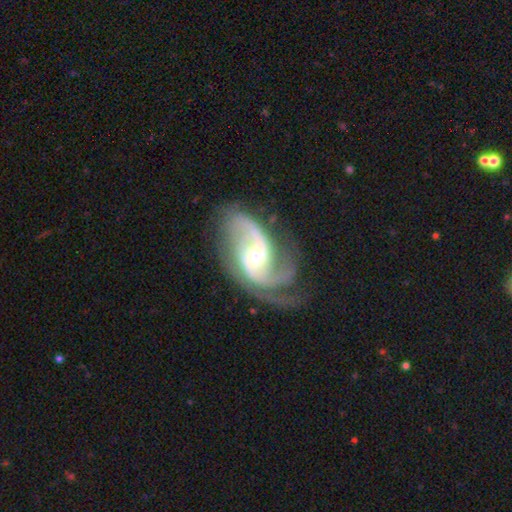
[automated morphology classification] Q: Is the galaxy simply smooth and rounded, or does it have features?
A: featured or disk — 91%.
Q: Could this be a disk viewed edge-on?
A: no — 97%.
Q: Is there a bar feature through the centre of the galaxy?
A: weak — 43%.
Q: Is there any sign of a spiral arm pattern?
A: yes — 98%.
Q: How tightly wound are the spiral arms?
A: medium — 50%.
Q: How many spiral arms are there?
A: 2 — 66%.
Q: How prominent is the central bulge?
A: moderate — 61%.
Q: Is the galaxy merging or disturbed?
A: none — 60%.